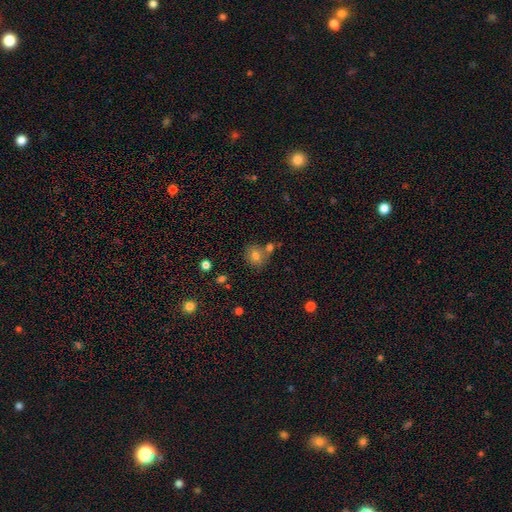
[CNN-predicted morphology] Smooth or featured: smooth — 77% (featured or disk — 12%)
How rounded: round — 76% (in between — 23%)
Merging: none — 64% (merger — 21%)